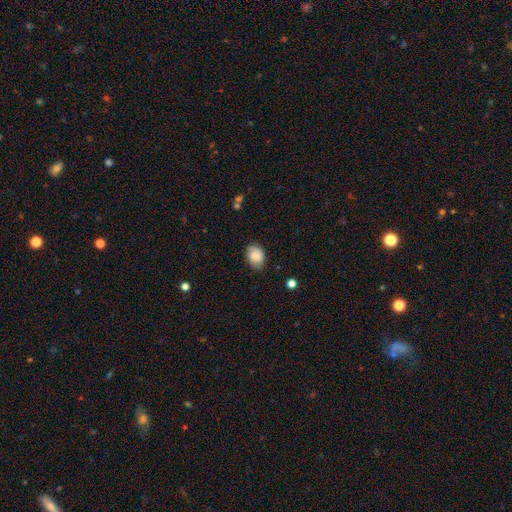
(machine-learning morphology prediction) Smooth or featured?
  - smooth: 85% *
  - featured or disk: 8%
  - star or artifact: 8%
How rounded?
  - in between: 73% *
  - round: 26%
  - cigar-shaped: 1%
Merging?
  - none: 77% *
  - minor disturbance: 18%
  - major disturbance: 3%
  - merger: 1%